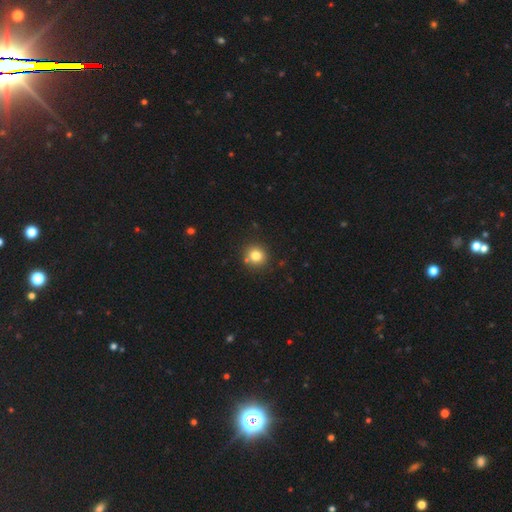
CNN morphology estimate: type=smooth (80%); roundness=round (91%); merging=none (84%).